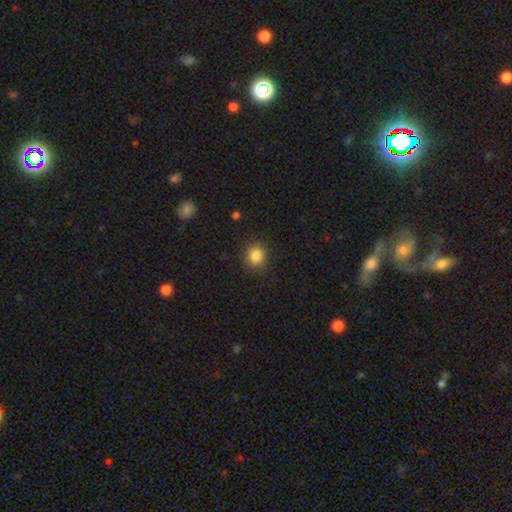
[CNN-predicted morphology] type=smooth (85%); roundness=round (84%); merging=none (88%).